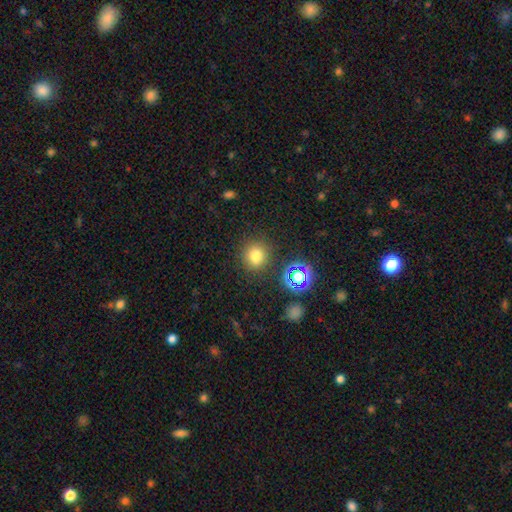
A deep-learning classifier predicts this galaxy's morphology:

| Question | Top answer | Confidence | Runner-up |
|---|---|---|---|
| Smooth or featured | smooth | 74% | star or artifact (19%) |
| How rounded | round | 89% | in between (10%) |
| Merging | none | 86% | minor disturbance (8%) |